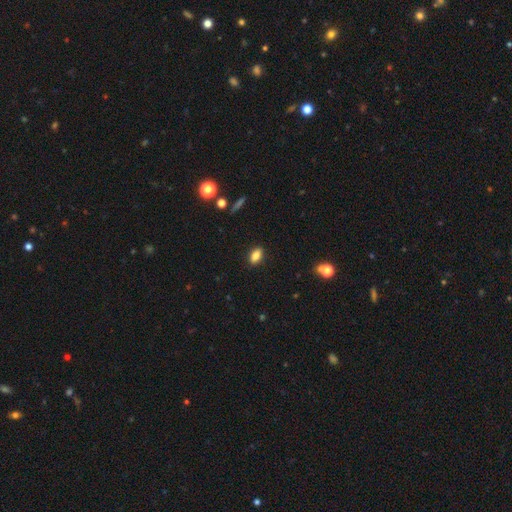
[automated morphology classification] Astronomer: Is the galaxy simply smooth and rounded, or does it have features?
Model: smooth — 83%.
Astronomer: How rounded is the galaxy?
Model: in between — 86%.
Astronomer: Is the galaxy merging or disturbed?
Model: none — 89%.